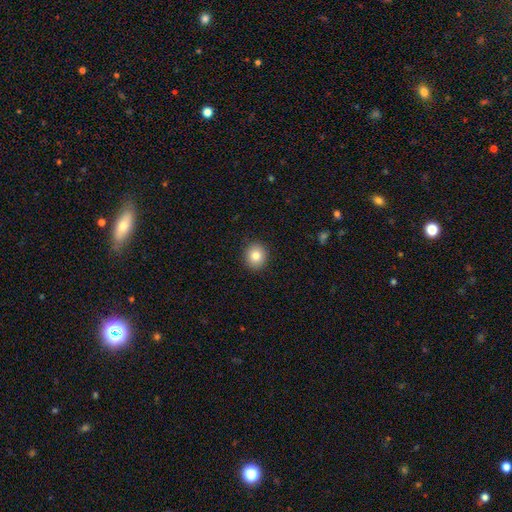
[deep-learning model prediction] Overall: smooth (83%). How rounded: round (83%). Merging: none (91%).